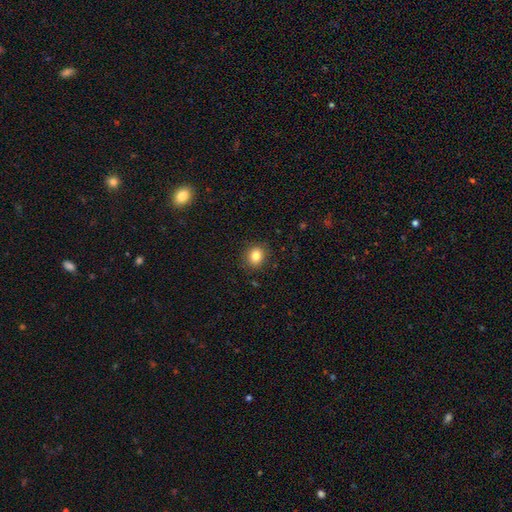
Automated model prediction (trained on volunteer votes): This appears to be a smooth galaxy with no disk features (83%) that is round (61%). Merging: none (88%).